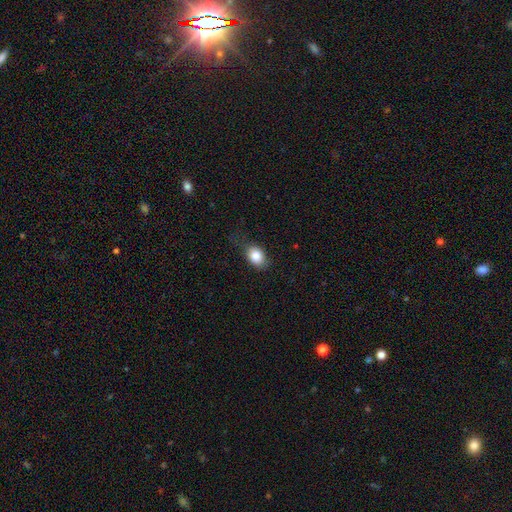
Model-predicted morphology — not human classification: Smooth or featured? Predicted: smooth (p=0.83). How rounded? Predicted: in between (p=0.68). Merging? Predicted: none (p=0.64).